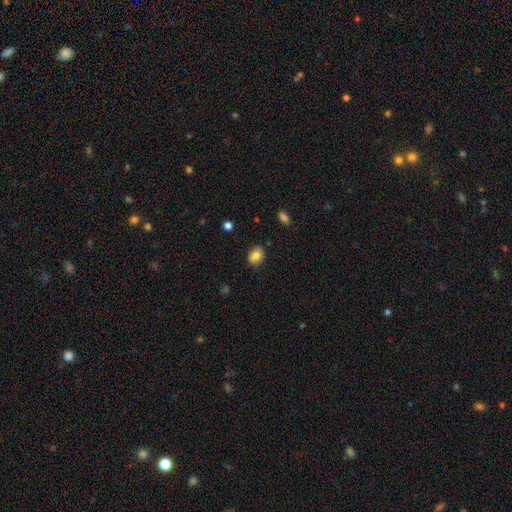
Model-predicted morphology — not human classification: smooth_or_featured: smooth (p=0.79) [alt: featured or disk p=0.12]
how_rounded: in between (p=0.66) [alt: round p=0.32]
merging: none (p=0.79) [alt: minor disturbance p=0.16]